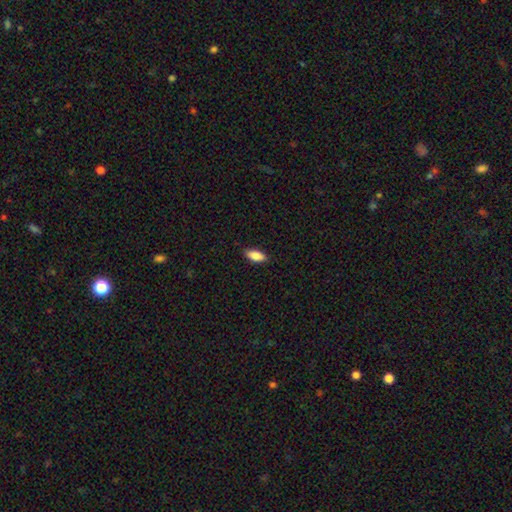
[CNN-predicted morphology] Overall: smooth (85%). How rounded: in between (83%). Merging: none (87%).